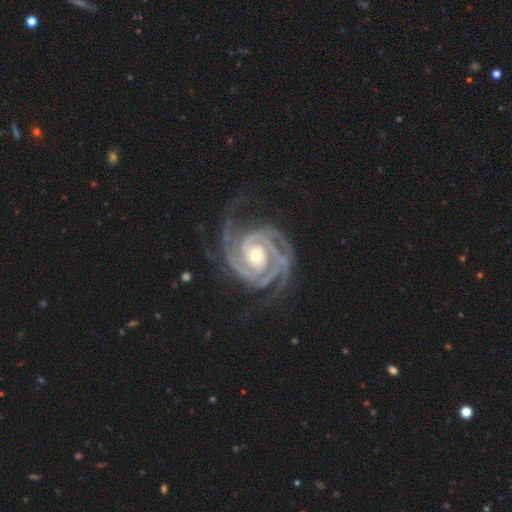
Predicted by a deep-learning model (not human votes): Morphology: type=featured or disk (94%); edge-on=no (98%); bar=no (66%); spiral arms=yes (99%); winding=tight (74%); arm count=3 (43%); bulge=moderate (64%); merging=none (69%).